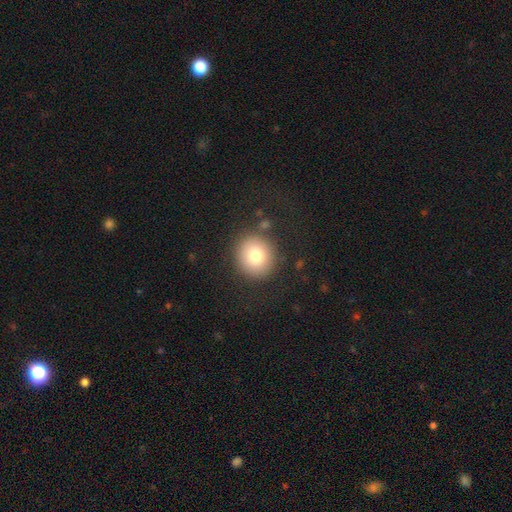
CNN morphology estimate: Overall: smooth (78%). How rounded: round (88%). Merging: none (85%).